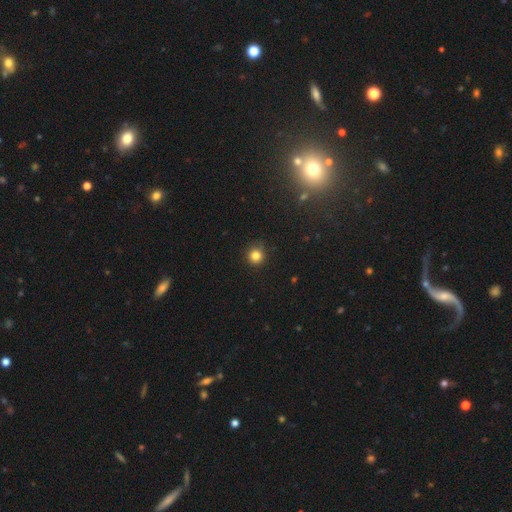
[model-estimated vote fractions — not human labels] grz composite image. It shows a smooth galaxy with no disk features (83%) that is round (94%). Merging: none (88%).